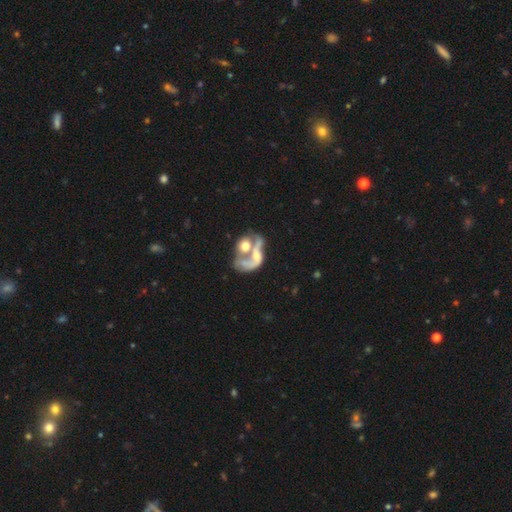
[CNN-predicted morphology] featured or disk 60%, smooth 30%, star or artifact 10%. Down the decision tree: edge-on disk — no (97%); bar — no (76%); spiral arms — no (51%); bulge size — moderate (39%); merging — merger (65%).